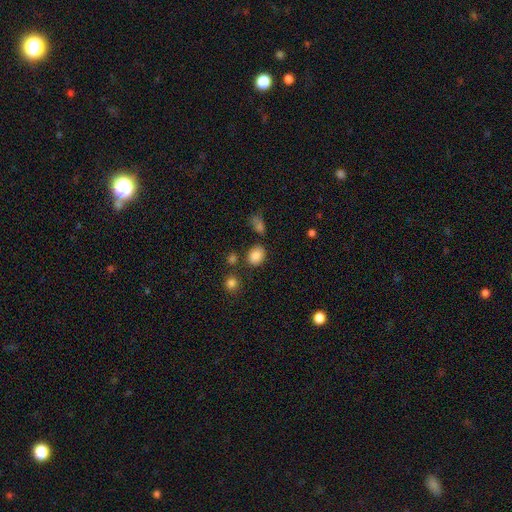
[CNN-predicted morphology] smooth 85%, star or artifact 11%, featured or disk 5%. Down the decision tree: how rounded — in between (58%); merging — none (76%).